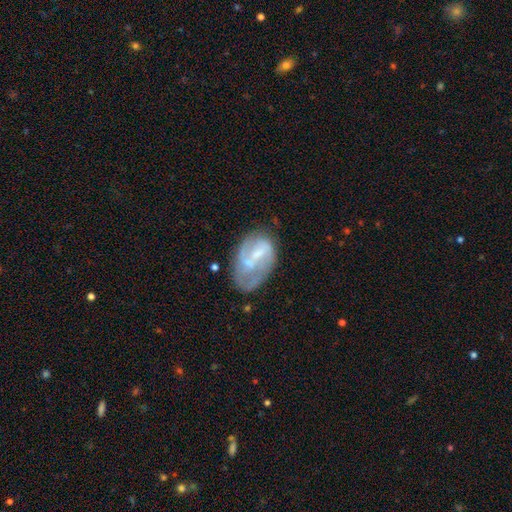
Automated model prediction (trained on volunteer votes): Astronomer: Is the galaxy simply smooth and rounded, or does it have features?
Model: featured or disk — 65%.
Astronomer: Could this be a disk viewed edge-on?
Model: no — 96%.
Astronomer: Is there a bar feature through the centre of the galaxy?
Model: weak — 47% (runner-up: no, 32%).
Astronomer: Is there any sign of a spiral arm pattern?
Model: yes — 62% (runner-up: no, 38%).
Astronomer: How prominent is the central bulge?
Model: small — 44% (runner-up: moderate, 29%).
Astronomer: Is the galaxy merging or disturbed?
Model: none — 41% (runner-up: minor disturbance, 28%).